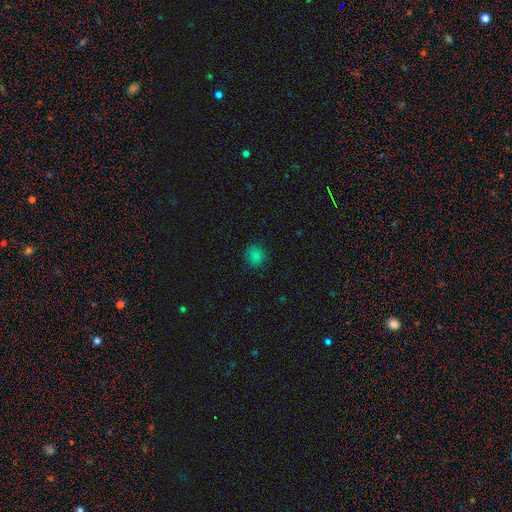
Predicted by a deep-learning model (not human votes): A smooth galaxy with no disk features (81%) that is round (76%).

Vote fractions:
- Smooth or featured? smooth: 81% / star or artifact: 14% / featured or disk: 4%
- How rounded? round: 76% / in between: 23% / cigar-shaped: 1%
- Merging? none: 83% / minor disturbance: 13% / major disturbance: 3% / merger: 1%